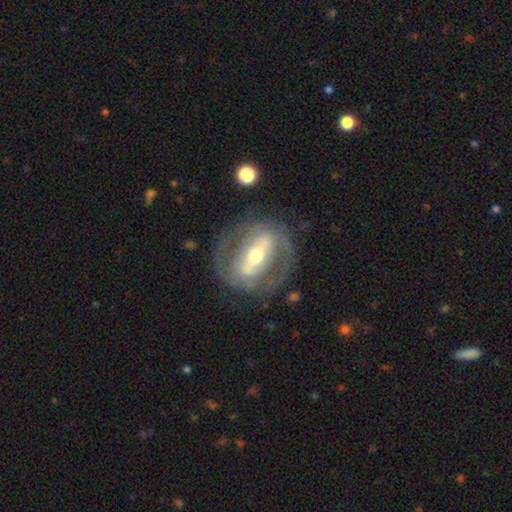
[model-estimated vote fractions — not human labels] Smooth or featured: featured or disk — 80% (smooth — 15%)
Edge-on disk: no — 89% (yes — 11%)
Bar: strong — 67% (weak — 19%)
Spiral arms: yes — 56% (no — 44%)
Bulge size: moderate — 61% (small — 29%)
Merging: none — 74% (minor disturbance — 13%)